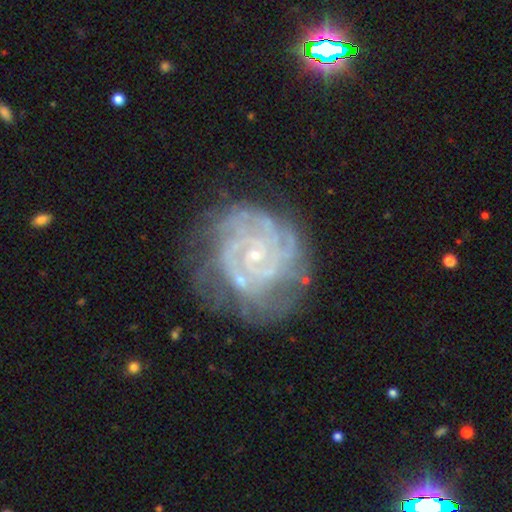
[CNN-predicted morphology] smooth-or-featured: featured or disk: 87% | star or artifact: 7% | smooth: 6%
  disk-edge-on: no: 98% | yes: 2%
    bar: no: 73% | weak: 21% | strong: 6%
    has-spiral-arms: yes: 96% | no: 4%
      spiral-winding: tight: 75% | medium: 21% | loose: 4%
      spiral-arm-count: can't tell: 27% | 4: 23% | 3: 20% | 2: 14% | more than 4: 10% | 1: 6%
    bulge-size: small: 84% | moderate: 11% | none: 4% | large: 1% | dominant: 1%
  merging: none: 64% | minor disturbance: 21% | major disturbance: 11% | merger: 4%